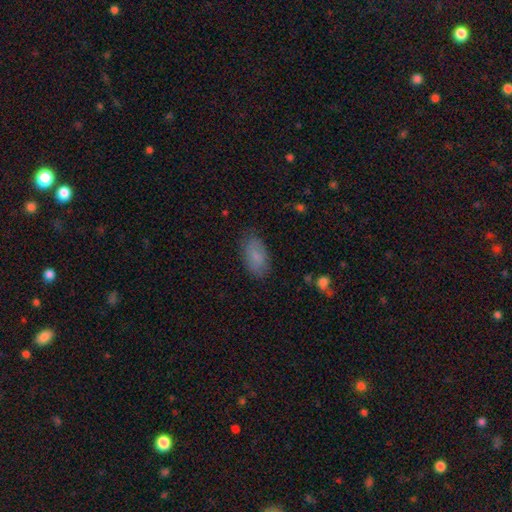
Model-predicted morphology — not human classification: Smooth or featured? smooth (81%)
How rounded? in between (93%)
Merging? none (81%)